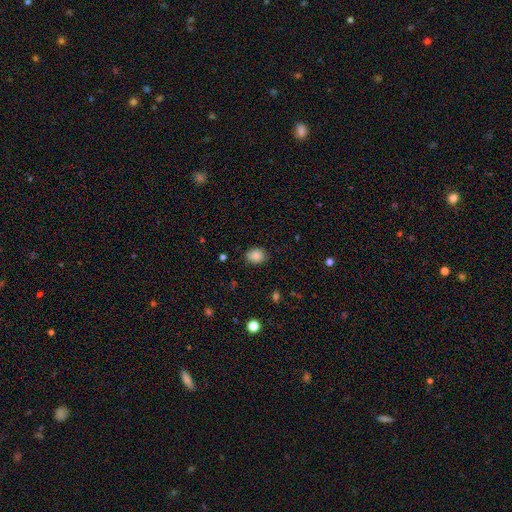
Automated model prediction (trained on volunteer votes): smooth_or_featured: smooth (p=0.86) [alt: star or artifact p=0.09]
how_rounded: in between (p=0.52) [alt: round p=0.47]
merging: none (p=0.82) [alt: minor disturbance p=0.14]